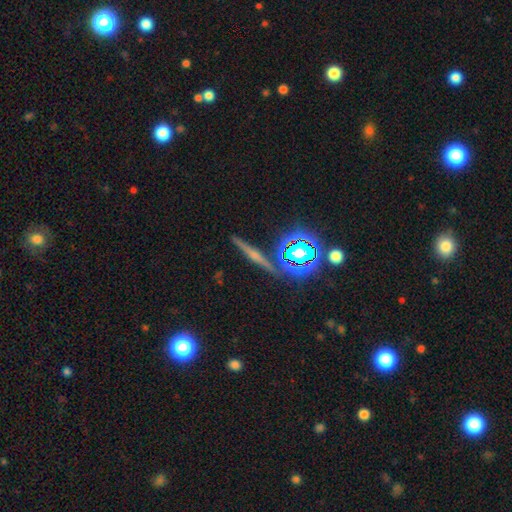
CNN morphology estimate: Smooth or featured?
  - featured or disk: 58% *
  - star or artifact: 22%
  - smooth: 20%
Edge-on disk?
  - yes: 95% *
  - no: 5%
Edge-on bulge?
  - rounded: 68% *
  - none: 21%
  - boxy: 12%
Merging?
  - none: 87% *
  - minor disturbance: 8%
  - merger: 3%
  - major disturbance: 2%